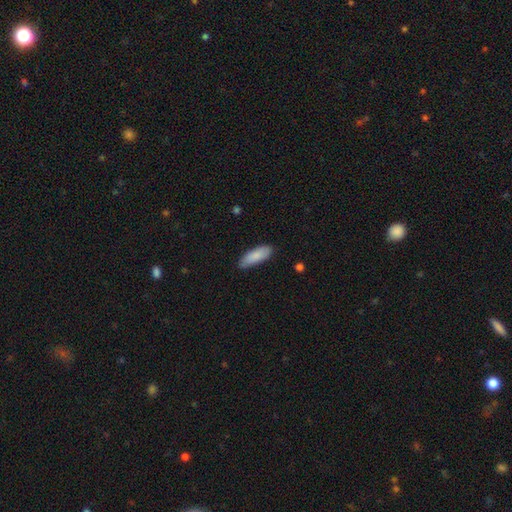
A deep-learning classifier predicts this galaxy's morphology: Smooth or featured: smooth — 87% (featured or disk — 8%)
How rounded: in between — 67% (cigar-shaped — 32%)
Merging: none — 83% (minor disturbance — 14%)